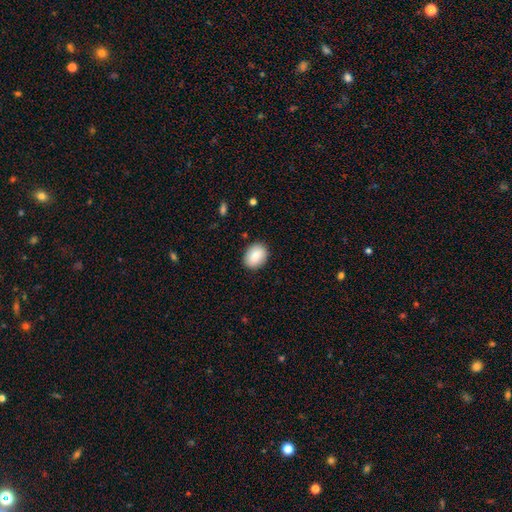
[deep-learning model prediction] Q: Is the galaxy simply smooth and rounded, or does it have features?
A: smooth — 83%.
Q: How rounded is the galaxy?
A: in between — 68%.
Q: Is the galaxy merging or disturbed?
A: none — 87%.